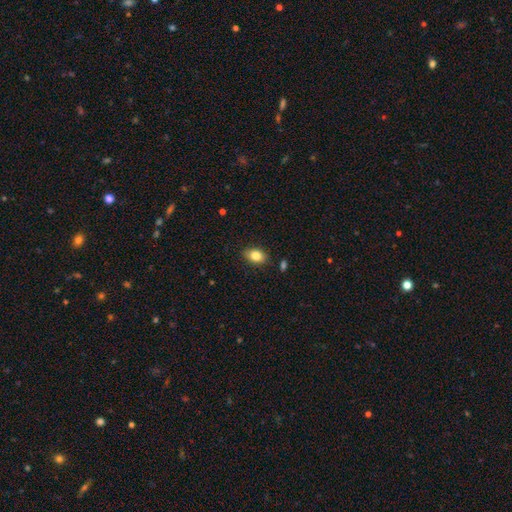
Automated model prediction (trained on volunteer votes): Smooth or featured? Predicted: smooth (p=0.84). How rounded? Predicted: in between (p=0.83). Merging? Predicted: none (p=0.84).